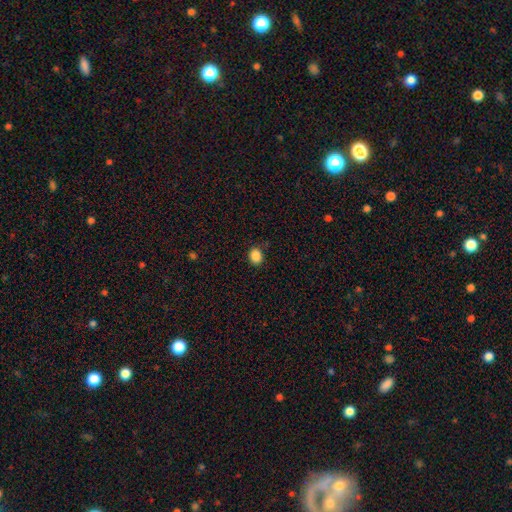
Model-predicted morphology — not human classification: smooth-or-featured: smooth: 87% | star or artifact: 10% | featured or disk: 3%
  how-rounded: round: 58% | in between: 41% | cigar-shaped: 1%
  merging: none: 87% | minor disturbance: 9% | major disturbance: 2% | merger: 1%